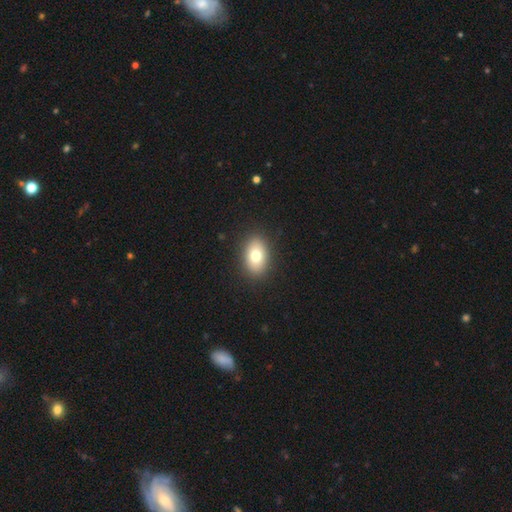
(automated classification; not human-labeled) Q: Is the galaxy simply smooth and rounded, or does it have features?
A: smooth — 77%.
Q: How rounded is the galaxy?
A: in between — 86%.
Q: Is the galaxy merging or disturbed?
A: none — 89%.